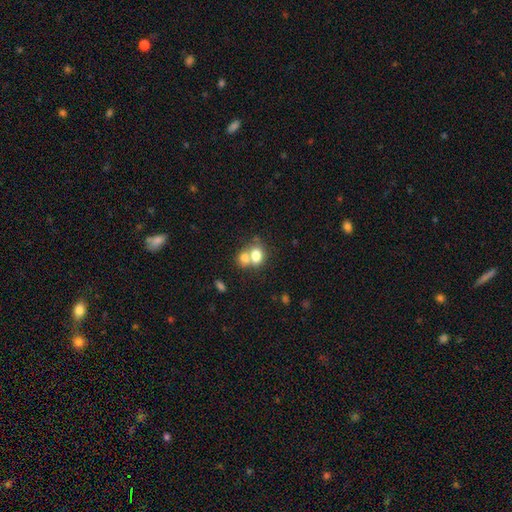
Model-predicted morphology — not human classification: This appears to be a smooth galaxy with no disk features (74%) that is in between round and cigar-shaped (62%). Merging: merger (56%).